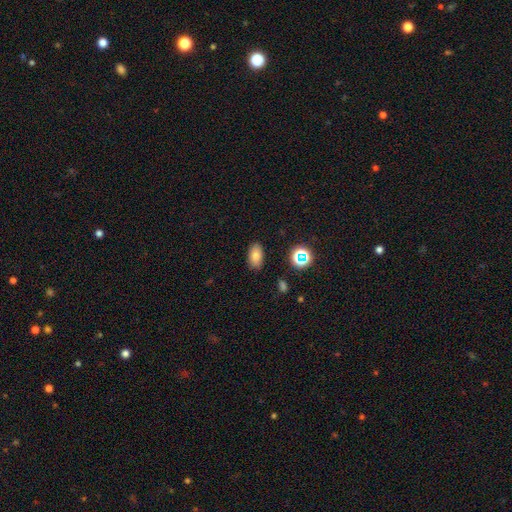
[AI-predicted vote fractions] Overall: smooth (77%). How rounded: in between (90%). Merging: none (85%).